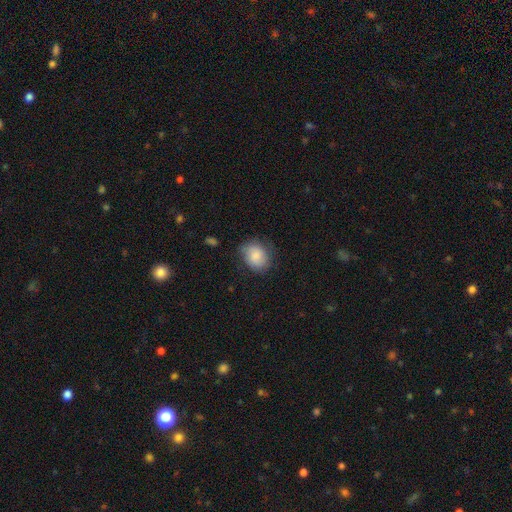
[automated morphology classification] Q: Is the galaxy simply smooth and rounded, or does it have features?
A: smooth — 79%.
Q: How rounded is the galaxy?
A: round — 56%.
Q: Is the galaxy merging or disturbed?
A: none — 69%.